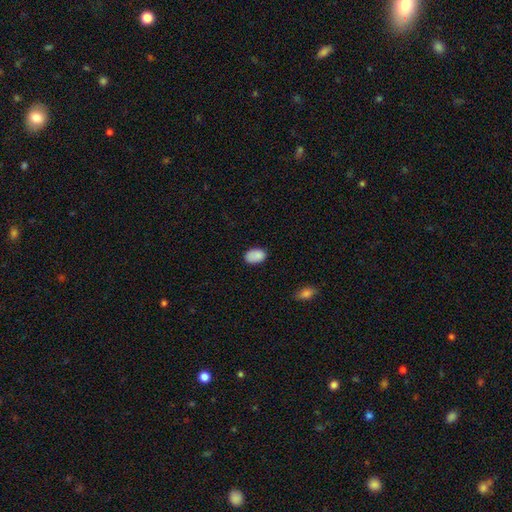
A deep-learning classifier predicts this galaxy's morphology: smooth_or_featured: smooth (p=0.87) [alt: star or artifact p=0.08]
how_rounded: in between (p=0.86) [alt: round p=0.13]
merging: none (p=0.76) [alt: minor disturbance p=0.19]